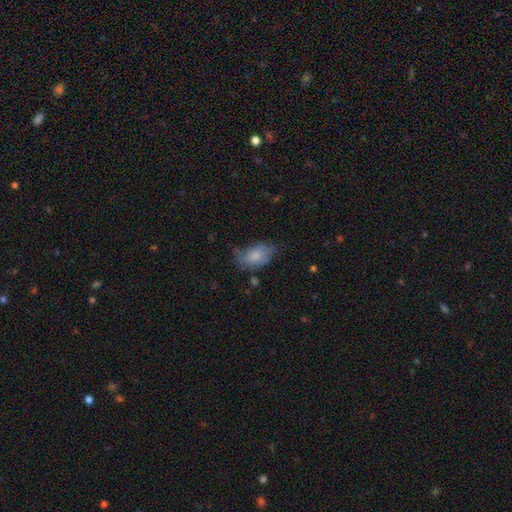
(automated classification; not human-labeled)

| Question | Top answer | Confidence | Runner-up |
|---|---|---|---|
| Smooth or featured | smooth | 72% | featured or disk (21%) |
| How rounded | in between | 91% | round (7%) |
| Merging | none | 45% | minor disturbance (36%) |